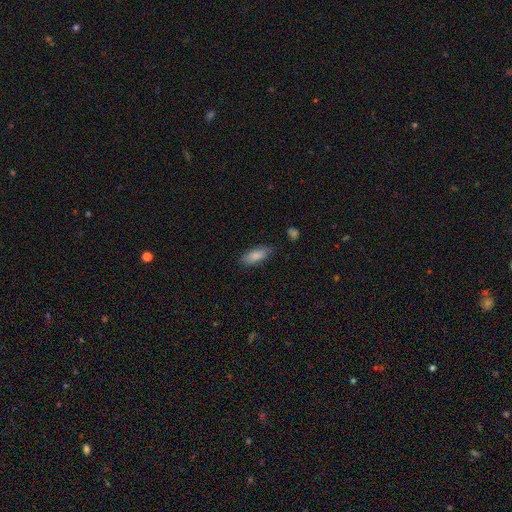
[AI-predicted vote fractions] A smooth galaxy with no disk features (85%) that is in between round and cigar-shaped (75%).

Vote fractions:
- Smooth or featured? smooth: 85% / featured or disk: 9% / star or artifact: 7%
- How rounded? in between: 75% / cigar-shaped: 23% / round: 2%
- Merging? none: 80% / minor disturbance: 16% / major disturbance: 3% / merger: 2%